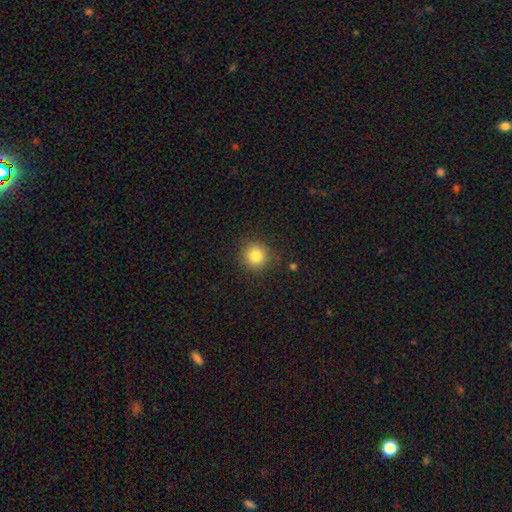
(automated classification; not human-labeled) Q: Smooth or featured?
A: smooth (82%); runner-up: star or artifact (11%)
Q: How rounded?
A: round (93%); runner-up: in between (6%)
Q: Merging?
A: none (88%); runner-up: minor disturbance (8%)